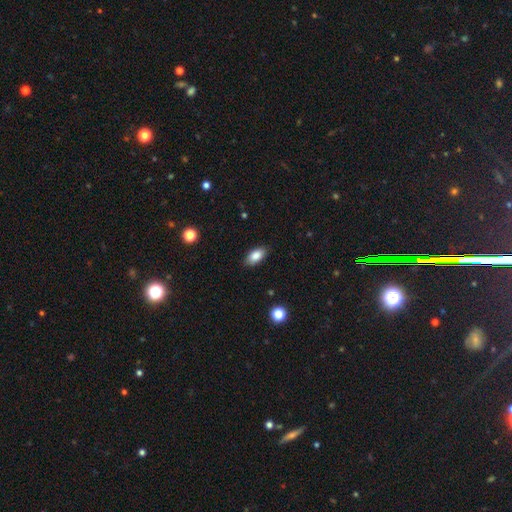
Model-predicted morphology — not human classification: This is clearly a smooth galaxy (84%). How rounded: clearly in between (91%). Merging: clearly none (86%).